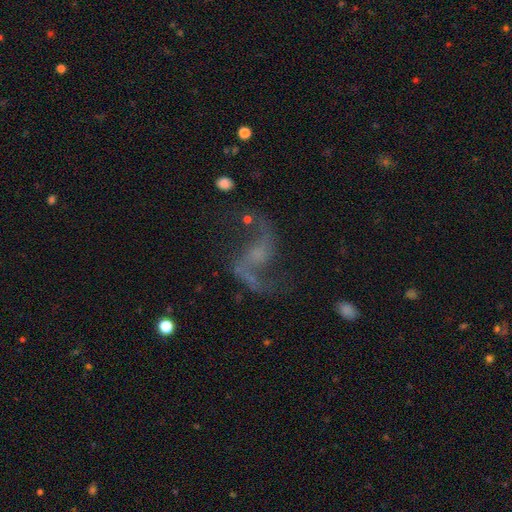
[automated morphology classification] Smooth or featured? Predicted: featured or disk (p=0.86). Edge-on disk? Predicted: no (p=0.97). Bar? Predicted: no (p=0.45). Spiral arms? Predicted: yes (p=0.95). Spiral winding? Predicted: loose (p=0.80). Spiral arm count? Predicted: 2 (p=0.93). Bulge size? Predicted: small (p=0.39). Merging? Predicted: none (p=0.70).